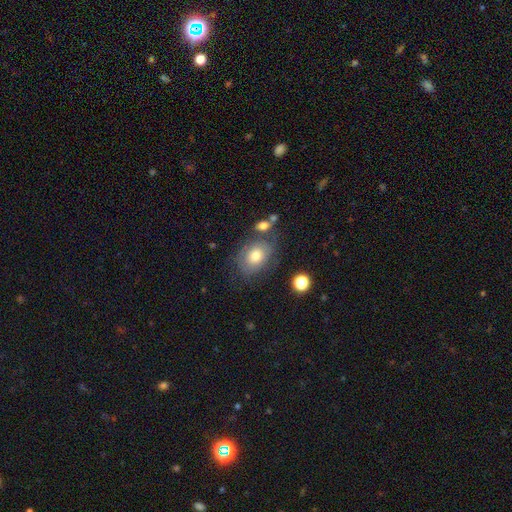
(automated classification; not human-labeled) This is likely a smooth galaxy (64%). How rounded: likely in between (67%). Merging: likely none (62%).